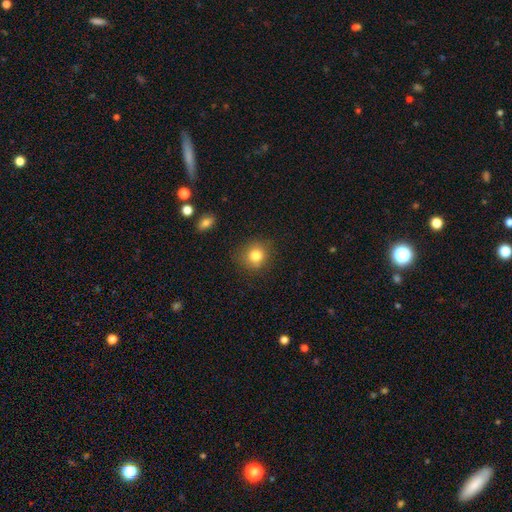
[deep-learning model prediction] A smooth galaxy with no disk features (81%) that is round (84%).

Vote fractions:
- Smooth or featured? smooth: 81% / star or artifact: 11% / featured or disk: 8%
- How rounded? round: 84% / in between: 15% / cigar-shaped: 1%
- Merging? none: 81% / minor disturbance: 13% / major disturbance: 4% / merger: 2%